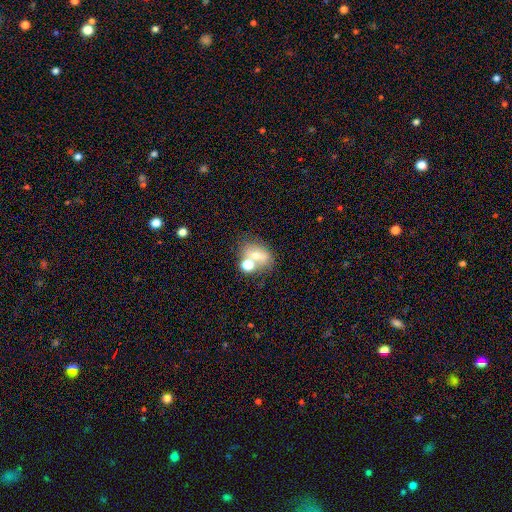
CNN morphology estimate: smooth-or-featured: smooth: 60% | featured or disk: 25% | star or artifact: 15%
  how-rounded: in between: 60% | round: 38% | cigar-shaped: 2%
  merging: none: 43% | merger: 38% | minor disturbance: 12% | major disturbance: 7%